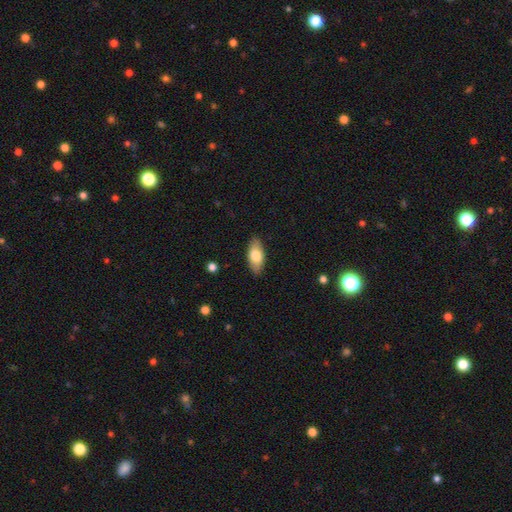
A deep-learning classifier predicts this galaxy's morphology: A smooth galaxy with no disk features (75%) that is in between round and cigar-shaped (88%). Merging: none (88%).